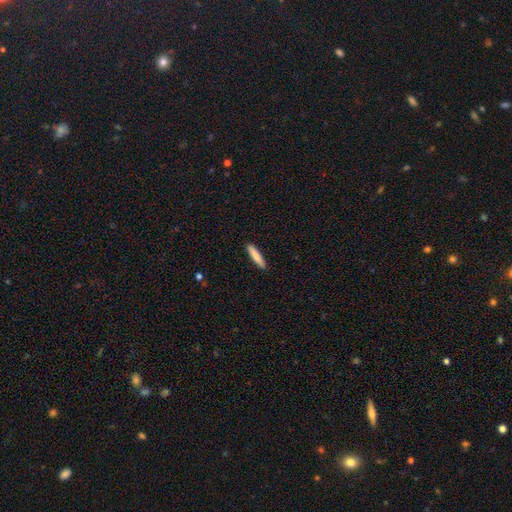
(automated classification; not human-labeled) Smooth or featured?
  - smooth: 84% *
  - featured or disk: 10%
  - star or artifact: 6%
How rounded?
  - cigar-shaped: 89% *
  - in between: 10%
  - round: 1%
Merging?
  - none: 91% *
  - minor disturbance: 6%
  - major disturbance: 1%
  - merger: 1%